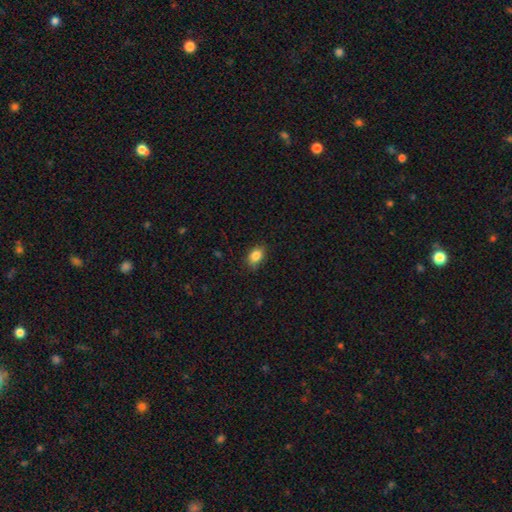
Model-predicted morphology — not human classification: A smooth galaxy with no disk features (86%) that is in between round and cigar-shaped (78%).

Vote fractions:
- Smooth or featured? smooth: 86% / star or artifact: 9% / featured or disk: 5%
- How rounded? in between: 78% / round: 20% / cigar-shaped: 1%
- Merging? none: 82% / minor disturbance: 14% / major disturbance: 3% / merger: 1%